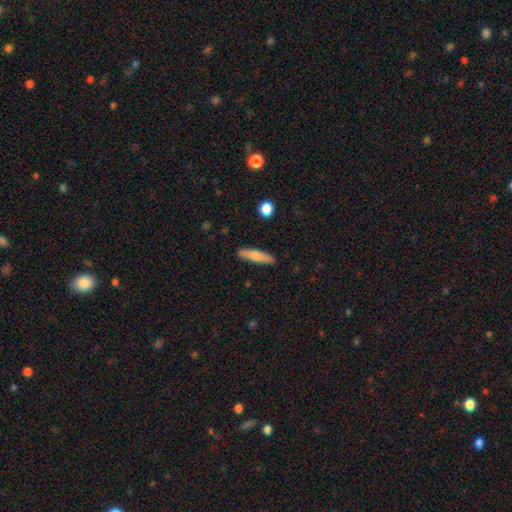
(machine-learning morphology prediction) This appears to be a smooth galaxy with no disk features (73%) that is cigar-shaped (79%). Merging: none (88%).